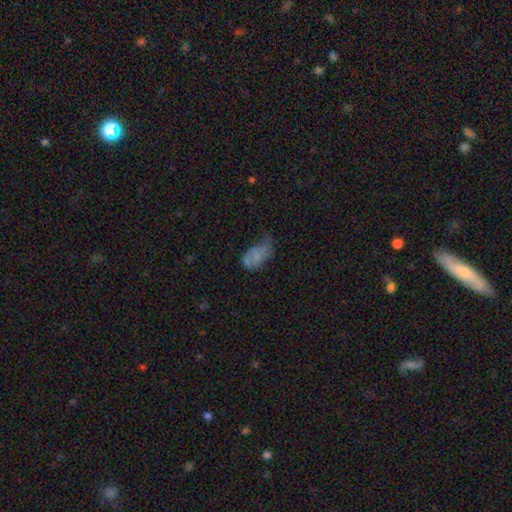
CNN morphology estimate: A smooth galaxy with no disk features (54%) that is in between round and cigar-shaped (91%).

Vote fractions:
- Smooth or featured? smooth: 54% / featured or disk: 32% / star or artifact: 14%
- How rounded? in between: 91% / round: 6% / cigar-shaped: 3%
- Merging? major disturbance: 41% / minor disturbance: 29% / none: 23% / merger: 8%